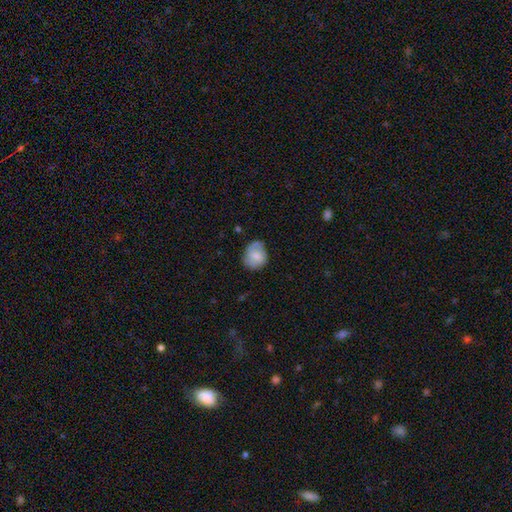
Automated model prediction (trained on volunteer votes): Smooth or featured? smooth (74%)
How rounded? round (61%)
Merging? none (63%)